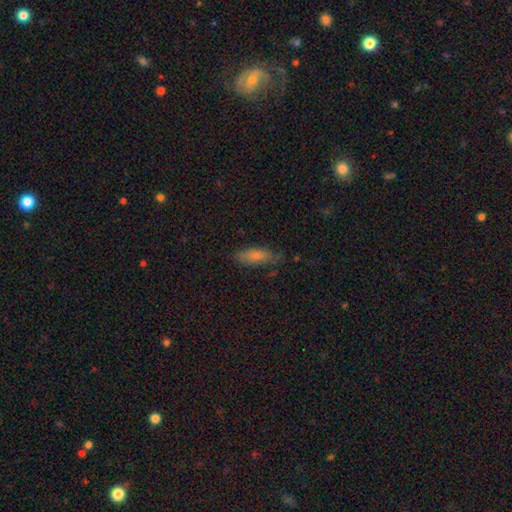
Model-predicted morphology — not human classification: This is likely a smooth galaxy (78%). How rounded: likely in between (72%). Merging: likely none (67%).